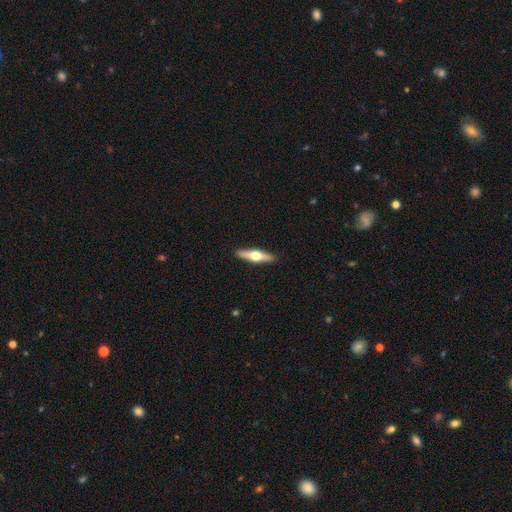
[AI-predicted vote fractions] smooth-or-featured: featured or disk: 65% | smooth: 30% | star or artifact: 5%
  disk-edge-on: yes: 96% | no: 4%
    edge-on-bulge: rounded: 96% | boxy: 2% | none: 2%
  merging: none: 91% | minor disturbance: 6% | major disturbance: 1% | merger: 1%